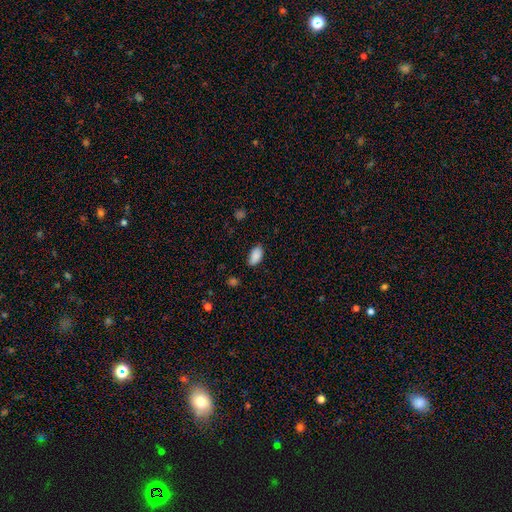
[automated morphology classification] Q: Smooth or featured?
A: smooth (89%); runner-up: star or artifact (7%)
Q: How rounded?
A: in between (94%); runner-up: round (3%)
Q: Merging?
A: none (80%); runner-up: minor disturbance (15%)